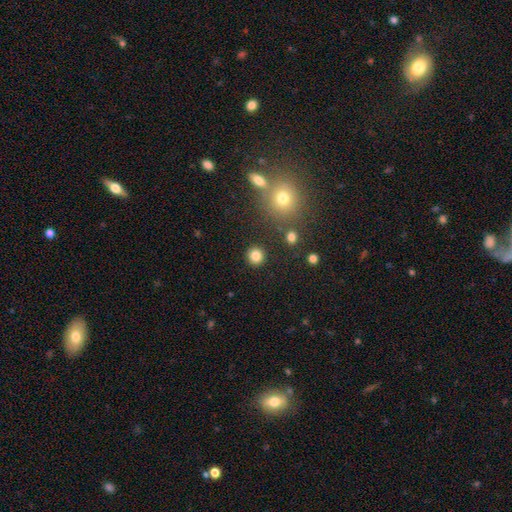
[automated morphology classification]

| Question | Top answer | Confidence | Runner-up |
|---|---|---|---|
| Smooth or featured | smooth | 83% | star or artifact (12%) |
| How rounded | round | 93% | in between (6%) |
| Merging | none | 90% | minor disturbance (5%) |